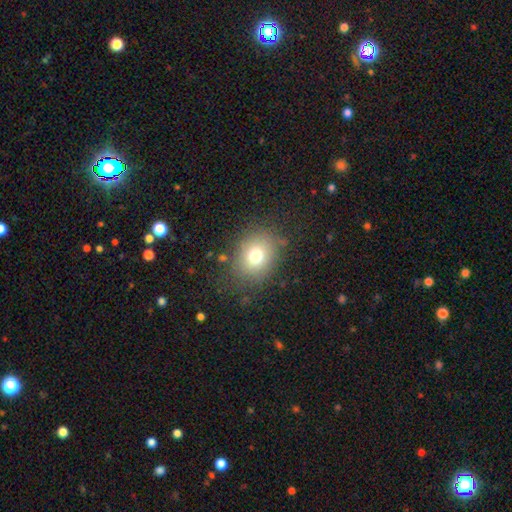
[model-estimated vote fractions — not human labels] Morphology: type=smooth (73%); roundness=round (55%); merging=none (79%).